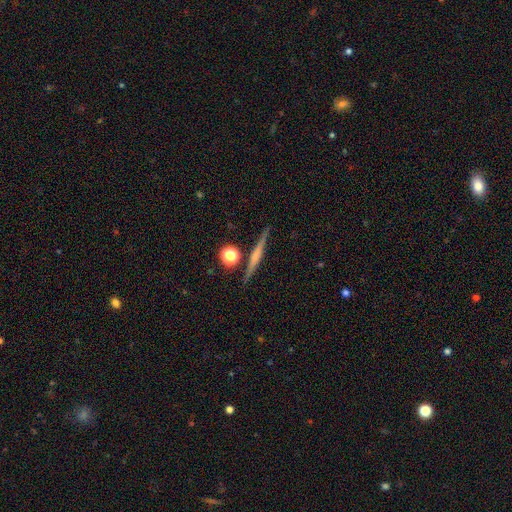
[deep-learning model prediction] Smooth or featured? featured or disk (62%)
Edge-on disk? yes (97%)
Edge-on bulge? rounded (54%)
Merging? none (87%)